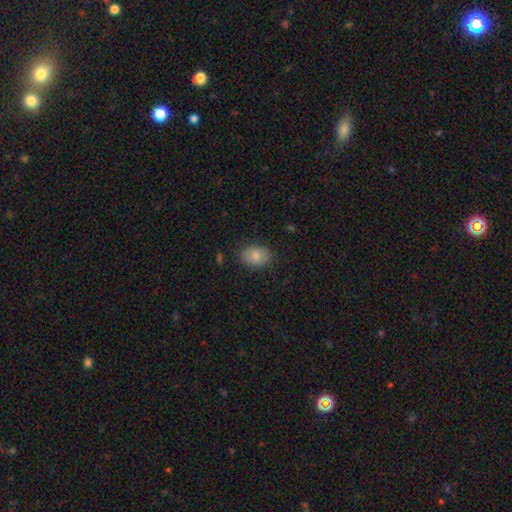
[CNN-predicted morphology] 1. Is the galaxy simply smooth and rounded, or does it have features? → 84% smooth, 9% featured or disk, 7% star or artifact.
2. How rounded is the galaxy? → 79% in between, 20% round, 1% cigar-shaped.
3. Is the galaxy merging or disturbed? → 85% none, 11% minor disturbance, 3% major disturbance, 1% merger.